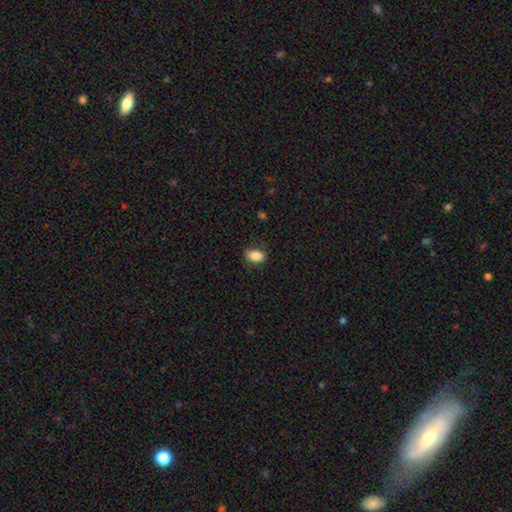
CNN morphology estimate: The model was most divided on "merging": none: 76%, minor disturbance: 19%, major disturbance: 4%, merger: 1%. More confident: smooth or featured — smooth (84%); how rounded — in between (82%).